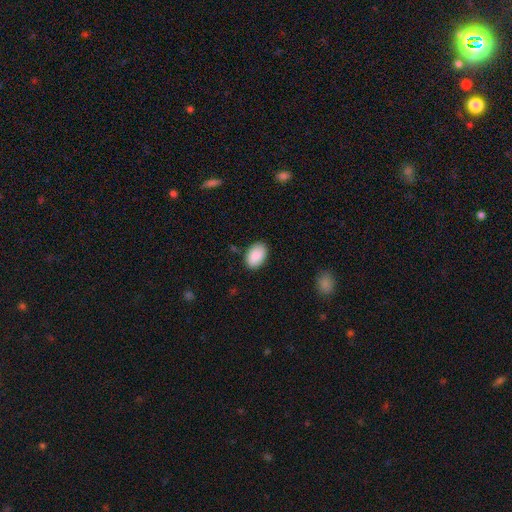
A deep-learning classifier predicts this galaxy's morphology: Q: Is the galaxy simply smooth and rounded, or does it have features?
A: smooth — 90%.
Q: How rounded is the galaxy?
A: in between — 90%.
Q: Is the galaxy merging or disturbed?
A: none — 86%.